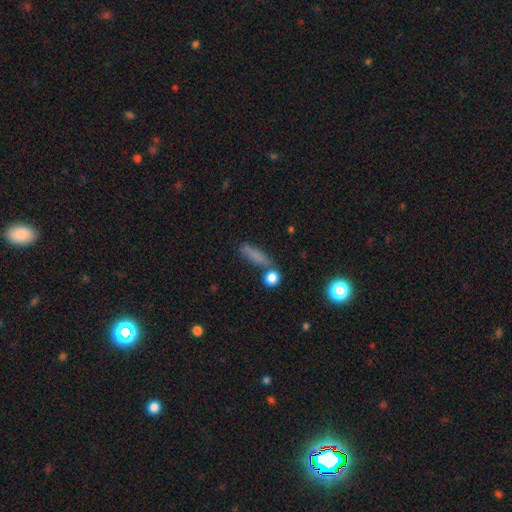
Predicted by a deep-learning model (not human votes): Smooth or featured: smooth — 75% (featured or disk — 13%)
How rounded: cigar-shaped — 68% (in between — 26%)
Merging: none — 66% (minor disturbance — 16%)